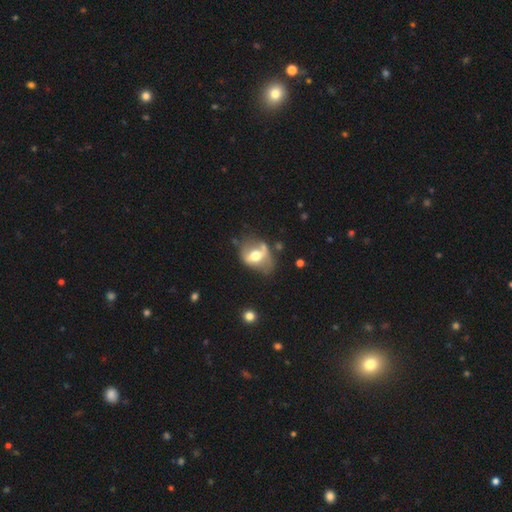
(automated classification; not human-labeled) smooth_or_featured: featured or disk (p=0.52) [alt: smooth p=0.39]
disk_edge_on: no (p=0.86) [alt: yes p=0.14]
merging: none (p=0.45) [alt: minor disturbance p=0.26]